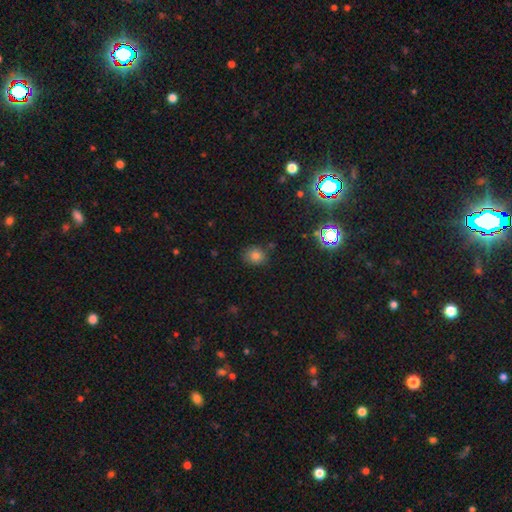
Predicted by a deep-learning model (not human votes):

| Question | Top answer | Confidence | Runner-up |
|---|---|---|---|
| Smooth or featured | smooth | 77% | star or artifact (16%) |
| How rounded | round | 68% | in between (31%) |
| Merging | none | 81% | minor disturbance (13%) |